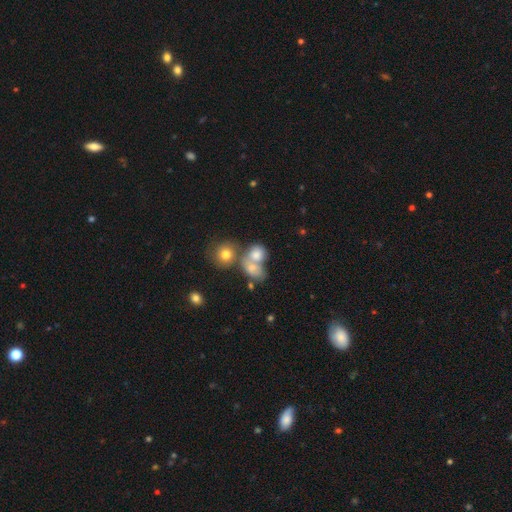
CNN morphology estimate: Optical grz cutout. It shows a smooth galaxy with no disk features (67%) that is round (55%). Merging: merger (52%).